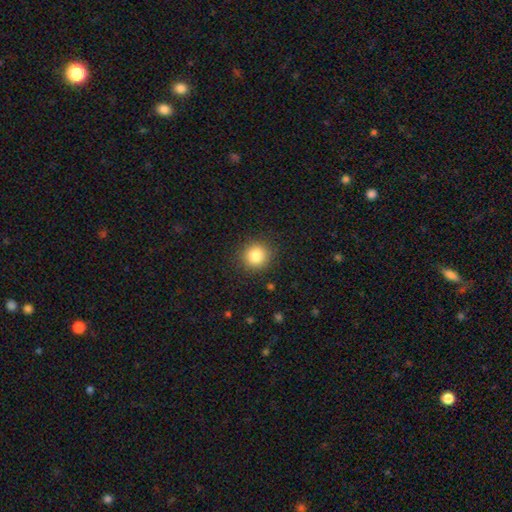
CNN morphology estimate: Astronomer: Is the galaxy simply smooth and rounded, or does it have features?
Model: smooth — 84%.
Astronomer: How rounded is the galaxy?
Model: round — 90%.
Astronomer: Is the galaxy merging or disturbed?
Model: none — 90%.